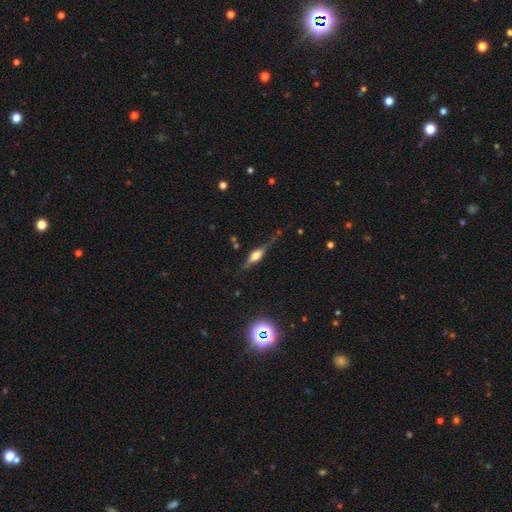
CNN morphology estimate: smooth_or_featured: featured or disk (p=0.64) [alt: smooth p=0.27]
disk_edge_on: yes (p=0.93) [alt: no p=0.07]
edge_on_bulge: rounded (p=0.83) [alt: boxy p=0.14]
merging: none (p=0.70) [alt: minor disturbance p=0.20]